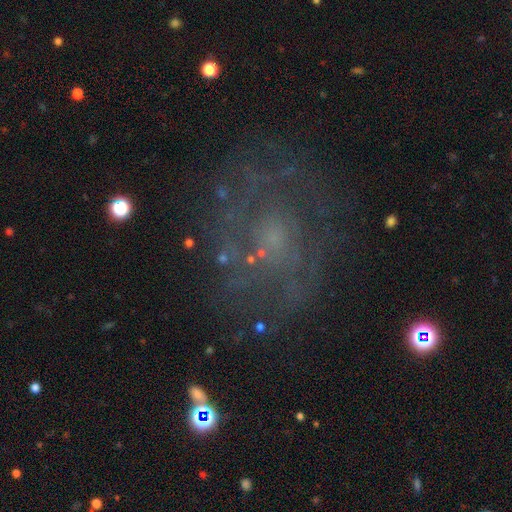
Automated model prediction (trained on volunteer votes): smooth-or-featured: featured or disk: 62% | smooth: 21% | star or artifact: 17%
  disk-edge-on: no: 97% | yes: 3%
    bar: no: 83% | weak: 14% | strong: 3%
    has-spiral-arms: yes: 58% | no: 42%
    bulge-size: small: 46% | none: 29% | moderate: 21% | large: 3% | dominant: 2%
  merging: none: 68% | minor disturbance: 16% | major disturbance: 13% | merger: 2%